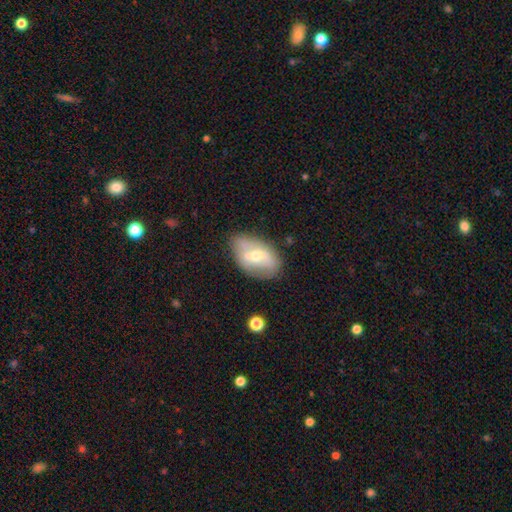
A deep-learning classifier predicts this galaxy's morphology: smooth_or_featured: featured or disk (p=0.53) [alt: smooth p=0.39]
disk_edge_on: no (p=0.88) [alt: yes p=0.12]
merging: none (p=0.70) [alt: minor disturbance p=0.21]